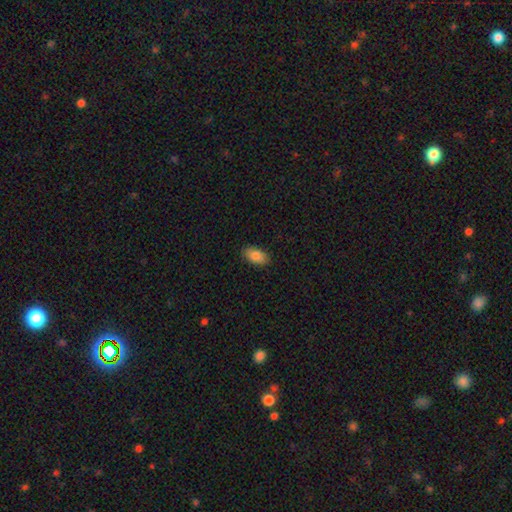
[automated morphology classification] smooth_or_featured: smooth (p=0.86) [alt: featured or disk p=0.07]
how_rounded: in between (p=0.93) [alt: round p=0.04]
merging: none (p=0.86) [alt: minor disturbance p=0.10]